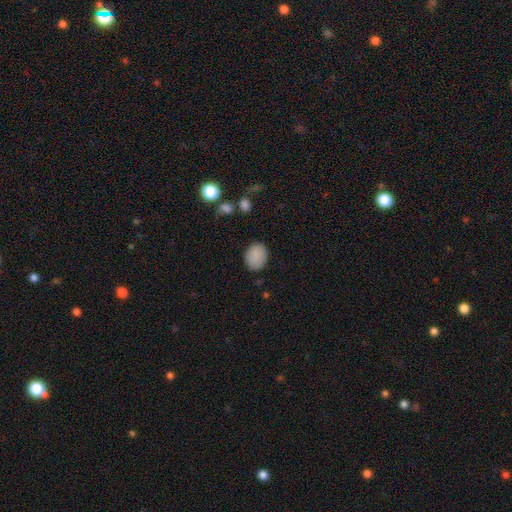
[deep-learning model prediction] Smooth or featured: smooth — 87% (star or artifact — 8%)
How rounded: round — 52% (in between — 47%)
Merging: none — 84% (minor disturbance — 12%)